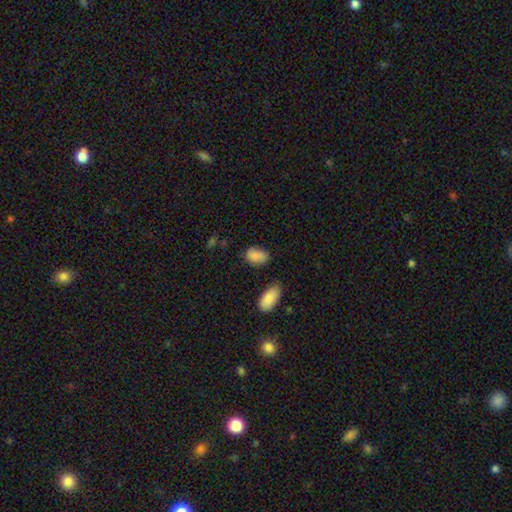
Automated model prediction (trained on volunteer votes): Smooth or featured? smooth (86%)
How rounded? in between (89%)
Merging? none (67%)